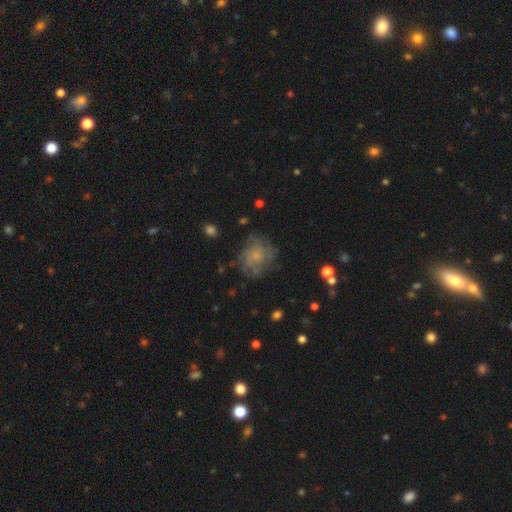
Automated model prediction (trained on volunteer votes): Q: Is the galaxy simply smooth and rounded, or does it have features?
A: featured or disk — 51%.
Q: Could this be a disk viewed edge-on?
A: no — 97%.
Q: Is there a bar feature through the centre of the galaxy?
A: no — 83%.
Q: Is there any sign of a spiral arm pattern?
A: yes — 70%.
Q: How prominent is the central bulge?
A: small — 49%.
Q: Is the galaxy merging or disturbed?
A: none — 65%.